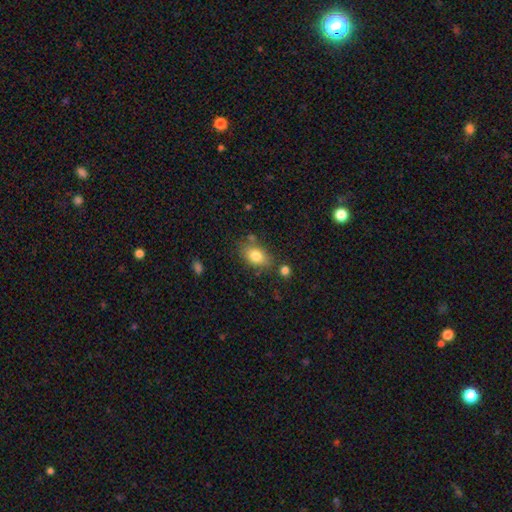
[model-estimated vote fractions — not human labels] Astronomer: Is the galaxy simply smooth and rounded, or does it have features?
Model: smooth — 80%.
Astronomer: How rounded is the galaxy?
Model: in between — 83%.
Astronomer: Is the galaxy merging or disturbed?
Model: none — 71%.